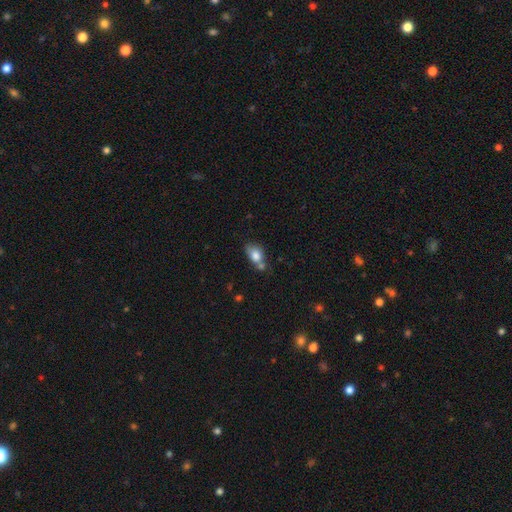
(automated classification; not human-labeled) smooth 79%, featured or disk 12%, star or artifact 9%. Down the decision tree: how rounded — in between (75%); merging — none (38%).